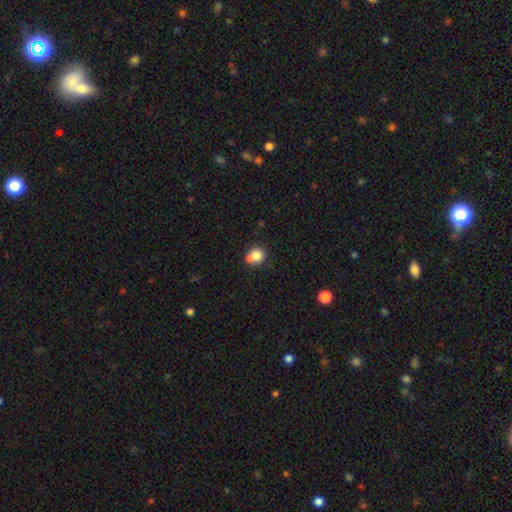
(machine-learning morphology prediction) smooth_or_featured: smooth (p=0.79) [alt: star or artifact p=0.11]
how_rounded: round (p=0.79) [alt: in between p=0.20]
merging: none (p=0.48) [alt: merger p=0.33]